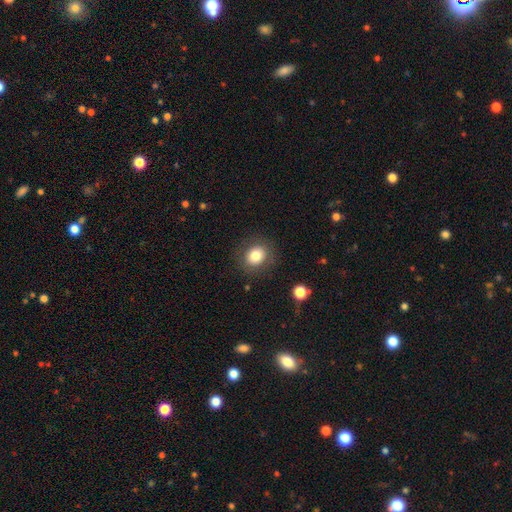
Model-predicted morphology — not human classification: A smooth galaxy with no disk features (80%) that is round (68%).

Vote fractions:
- Smooth or featured? smooth: 80% / star or artifact: 10% / featured or disk: 9%
- How rounded? round: 68% / in between: 31% / cigar-shaped: 1%
- Merging? none: 84% / minor disturbance: 10% / major disturbance: 4% / merger: 1%